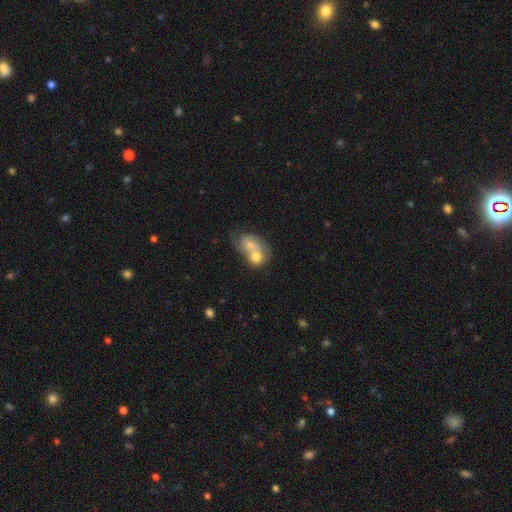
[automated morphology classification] This is possibly a smooth galaxy (56%). How rounded: possibly in between (56%). Merging: likely merger (76%).